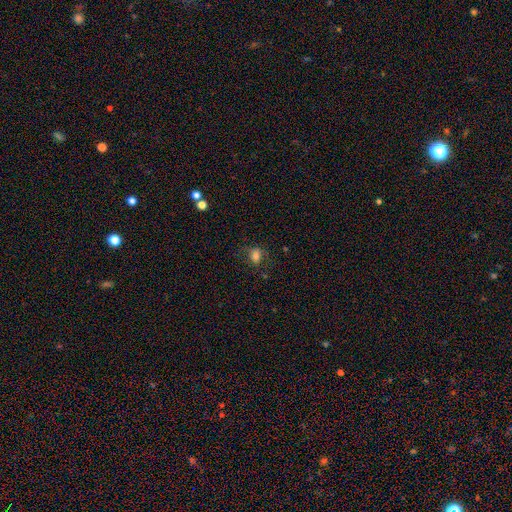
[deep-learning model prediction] smooth_or_featured: smooth (p=0.75) [alt: star or artifact p=0.13]
how_rounded: in between (p=0.63) [alt: round p=0.36]
merging: none (p=0.68) [alt: minor disturbance p=0.20]